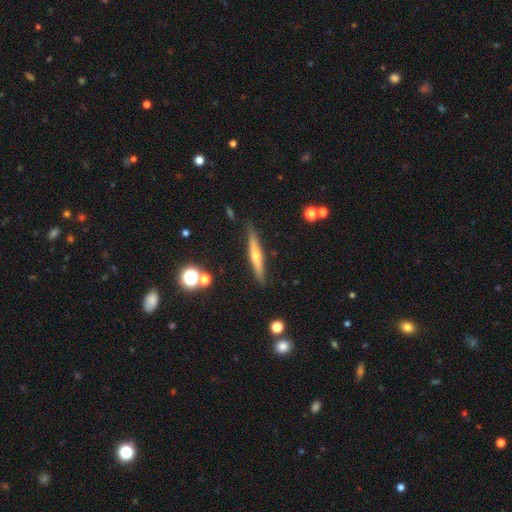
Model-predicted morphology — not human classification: Smooth or featured? Predicted: featured or disk (p=0.58). Edge-on disk? Predicted: yes (p=0.95). Edge-on bulge? Predicted: rounded (p=0.79). Merging? Predicted: none (p=0.85).